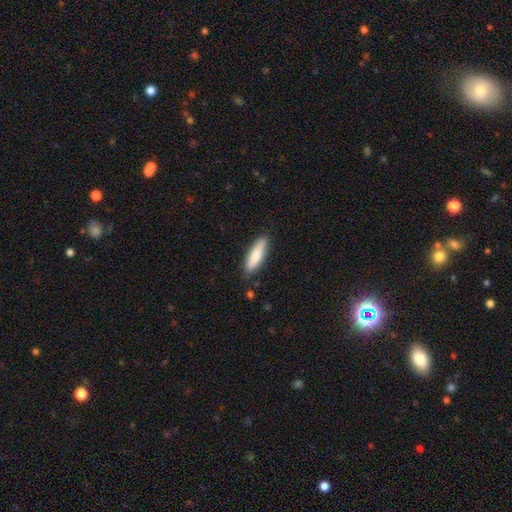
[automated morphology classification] This appears to be a smooth galaxy with no disk features (80%) that is cigar-shaped (59%). Merging: none (84%).